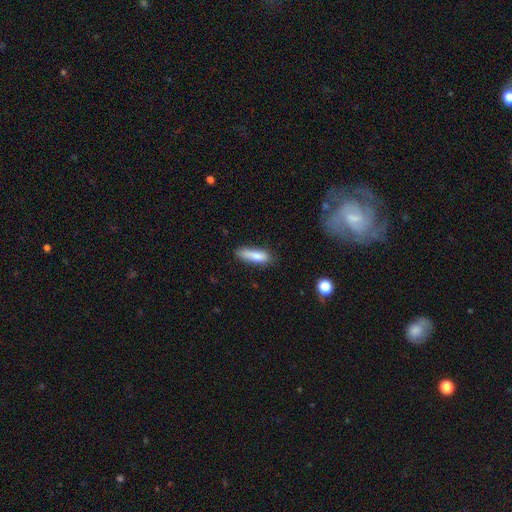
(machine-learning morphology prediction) smooth-or-featured: smooth: 82% | featured or disk: 11% | star or artifact: 7%
  how-rounded: cigar-shaped: 59% | in between: 39% | round: 2%
  merging: none: 73% | minor disturbance: 20% | major disturbance: 4% | merger: 2%